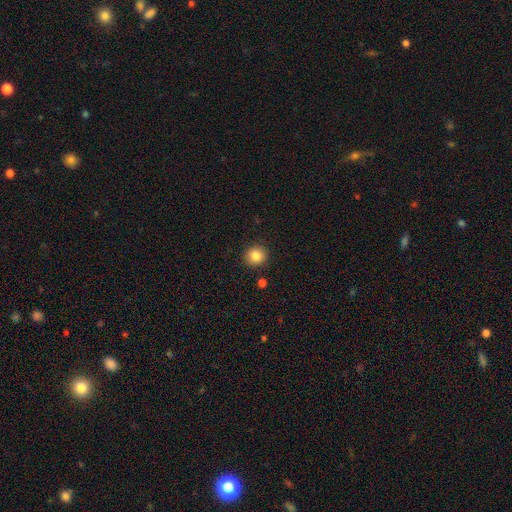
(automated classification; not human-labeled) smooth-or-featured: smooth: 85% | star or artifact: 10% | featured or disk: 5%
  how-rounded: round: 88% | in between: 11% | cigar-shaped: 1%
  merging: none: 89% | minor disturbance: 7% | major disturbance: 2% | merger: 2%